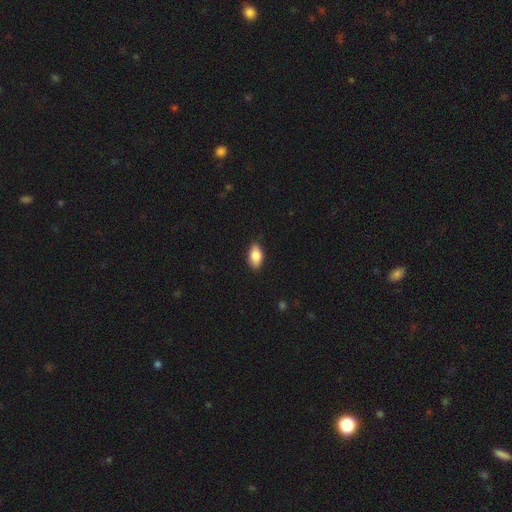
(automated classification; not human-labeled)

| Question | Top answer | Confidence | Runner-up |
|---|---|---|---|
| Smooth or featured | smooth | 83% | featured or disk (10%) |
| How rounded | in between | 91% | round (5%) |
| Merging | none | 86% | minor disturbance (12%) |